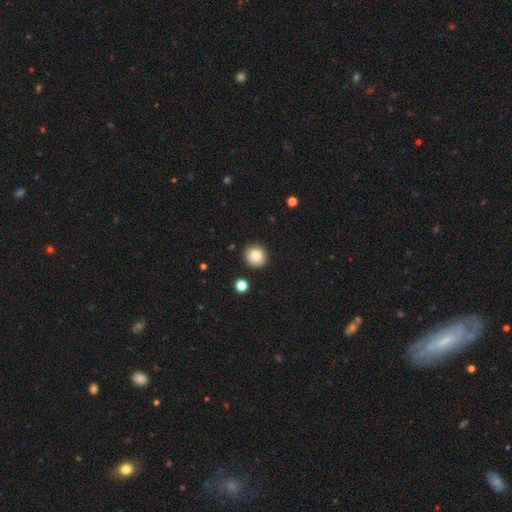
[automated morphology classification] Q: Smooth or featured?
A: smooth (86%); runner-up: star or artifact (9%)
Q: How rounded?
A: round (93%); runner-up: in between (6%)
Q: Merging?
A: none (90%); runner-up: minor disturbance (7%)